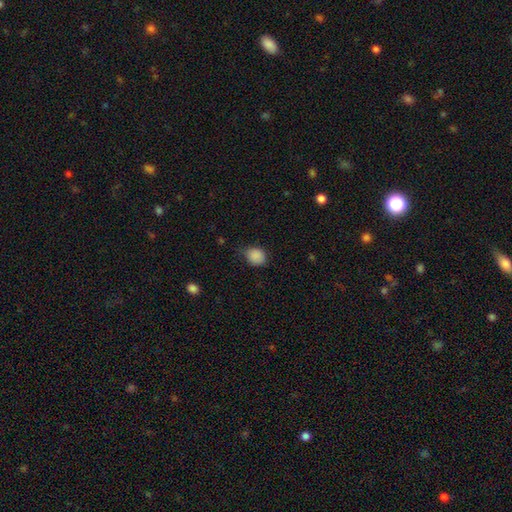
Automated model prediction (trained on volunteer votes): Smooth or featured?
  - smooth: 87% *
  - star or artifact: 9%
  - featured or disk: 4%
How rounded?
  - round: 60% *
  - in between: 39%
  - cigar-shaped: 1%
Merging?
  - none: 65% *
  - minor disturbance: 28%
  - major disturbance: 6%
  - merger: 1%